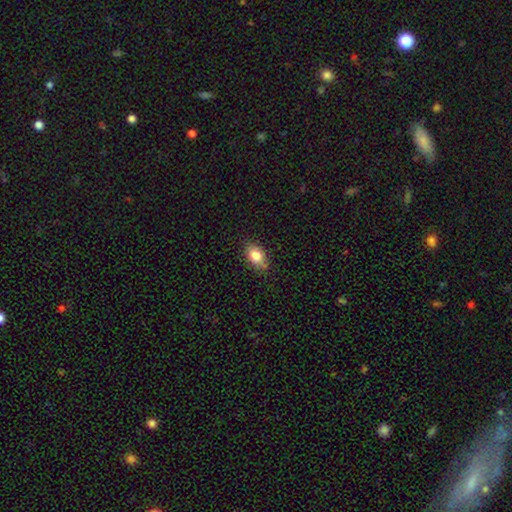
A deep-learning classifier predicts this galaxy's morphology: smooth-or-featured: smooth: 82% | featured or disk: 10% | star or artifact: 9%
  how-rounded: in between: 78% | round: 20% | cigar-shaped: 2%
  merging: none: 78% | minor disturbance: 17% | major disturbance: 3% | merger: 2%